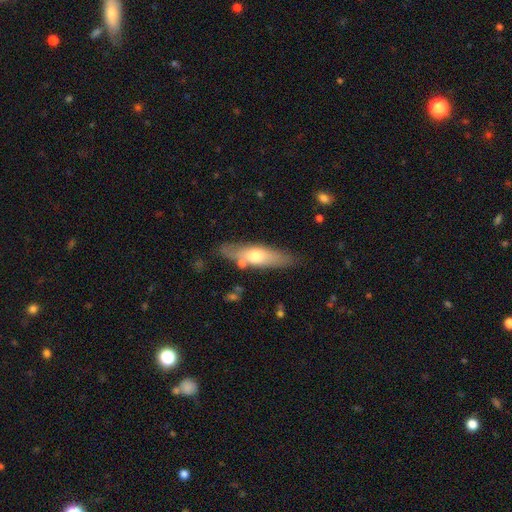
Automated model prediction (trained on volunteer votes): This appears to be a smooth galaxy with no disk features (55%) that is cigar-shaped (59%). Merging: none (77%).